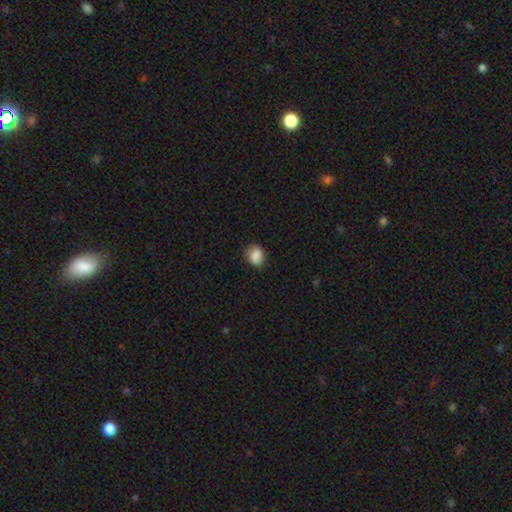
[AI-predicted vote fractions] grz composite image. It shows a smooth galaxy with no disk features (87%) that is in between round and cigar-shaped (52%). Merging: none (79%).